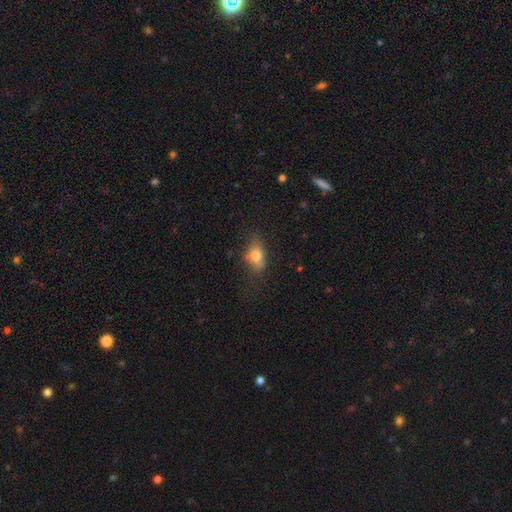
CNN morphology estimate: Smooth or featured?
  - smooth: 73% *
  - featured or disk: 17%
  - star or artifact: 10%
How rounded?
  - in between: 79% *
  - round: 17%
  - cigar-shaped: 4%
Merging?
  - none: 57% *
  - minor disturbance: 28%
  - major disturbance: 12%
  - merger: 3%